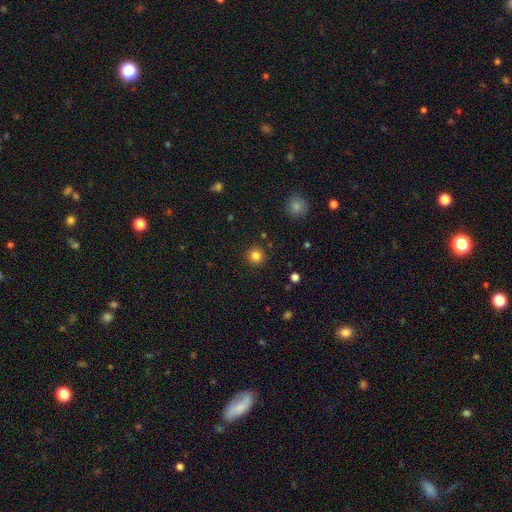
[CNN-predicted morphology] A smooth galaxy with no disk features (83%) that is round (95%).

Vote fractions:
- Smooth or featured? smooth: 83% / star or artifact: 13% / featured or disk: 5%
- How rounded? round: 95% / in between: 4% / cigar-shaped: 1%
- Merging? none: 91% / minor disturbance: 5% / major disturbance: 2% / merger: 2%